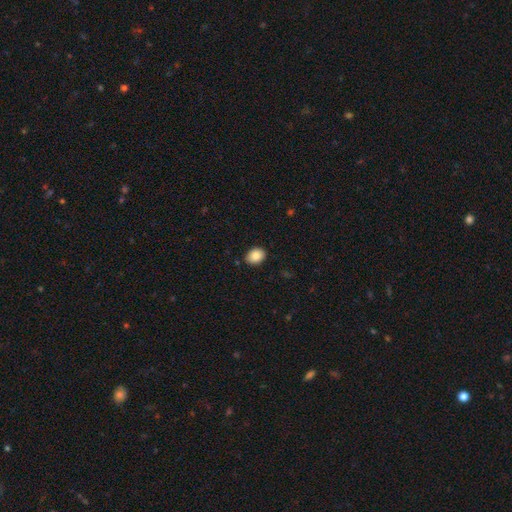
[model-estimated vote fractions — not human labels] The model was most divided on "how rounded": in between: 62%, round: 37%, cigar-shaped: 1%. More confident: smooth or featured — smooth (87%); merging — none (87%).